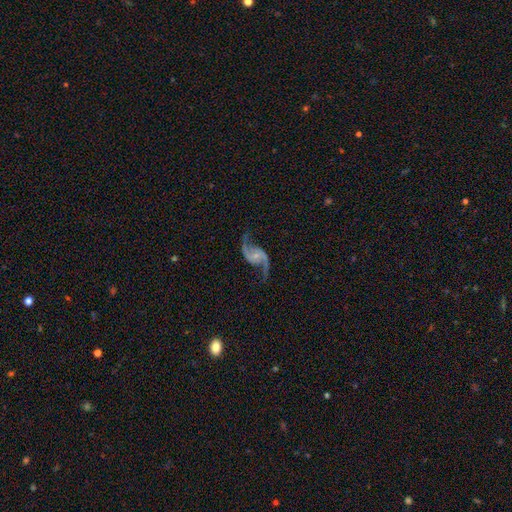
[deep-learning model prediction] Morphology: type=featured or disk (92%); edge-on=no (98%); bar=no (55%); spiral arms=yes (98%); winding=loose (75%); arm count=2 (95%); bulge=small (67%); merging=none (77%).